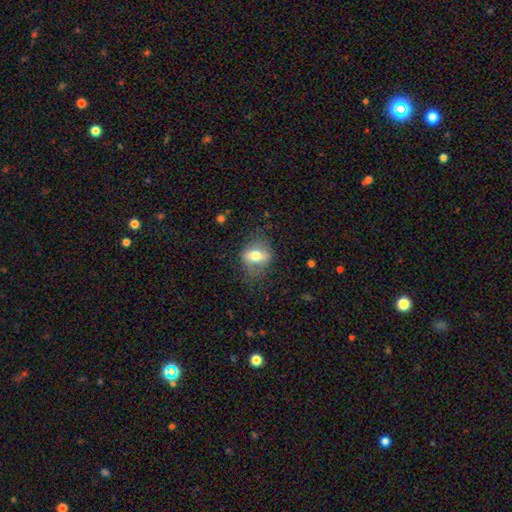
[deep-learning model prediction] smooth_or_featured: smooth (p=0.61) [alt: featured or disk p=0.30]
how_rounded: in between (p=0.52) [alt: round p=0.46]
merging: none (p=0.72) [alt: minor disturbance p=0.18]